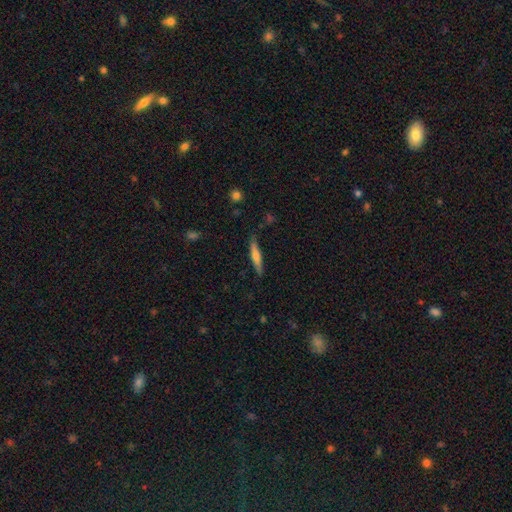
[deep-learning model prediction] A smooth galaxy with no disk features (50%) that is cigar-shaped (90%). Merging: none (84%).